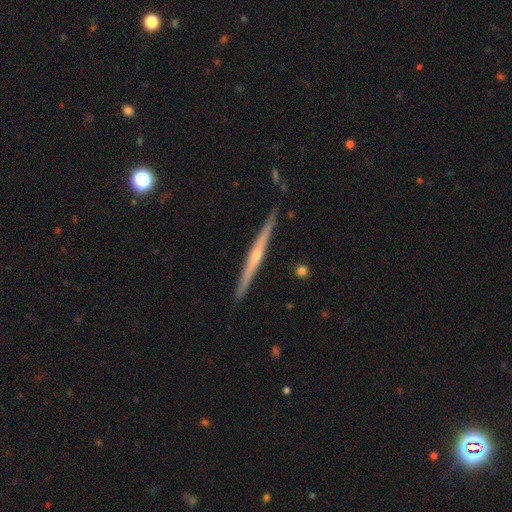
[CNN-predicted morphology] type=featured or disk (74%); edge-on=yes (98%); edge-on bulge=rounded (64%); merging=none (89%).